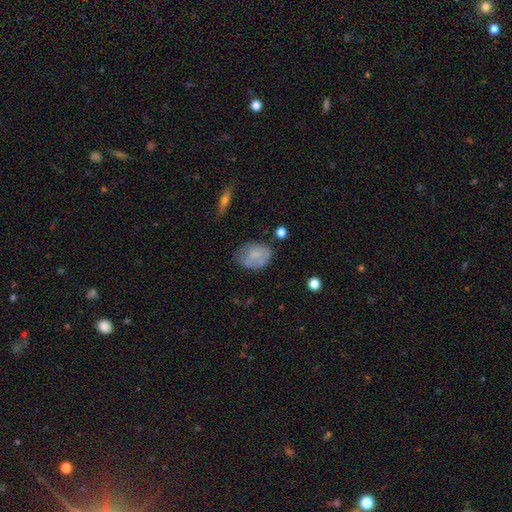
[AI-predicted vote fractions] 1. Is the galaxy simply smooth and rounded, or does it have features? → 59% smooth, 31% featured or disk, 10% star or artifact.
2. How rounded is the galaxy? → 75% in between, 24% round, 1% cigar-shaped.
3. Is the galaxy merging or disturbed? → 54% none, 26% minor disturbance, 13% major disturbance, 7% merger.